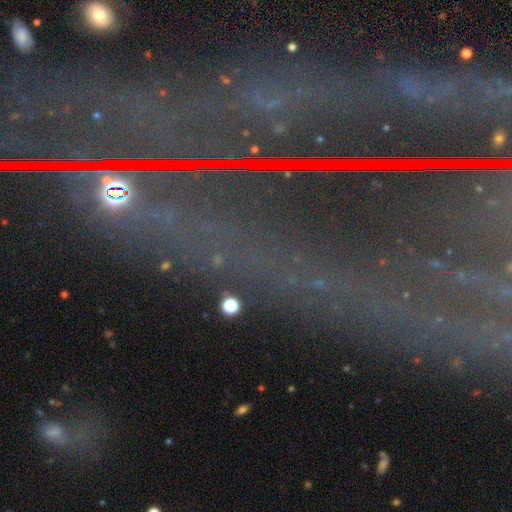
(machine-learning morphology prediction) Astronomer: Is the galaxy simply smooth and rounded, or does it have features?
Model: star or artifact — 81%.